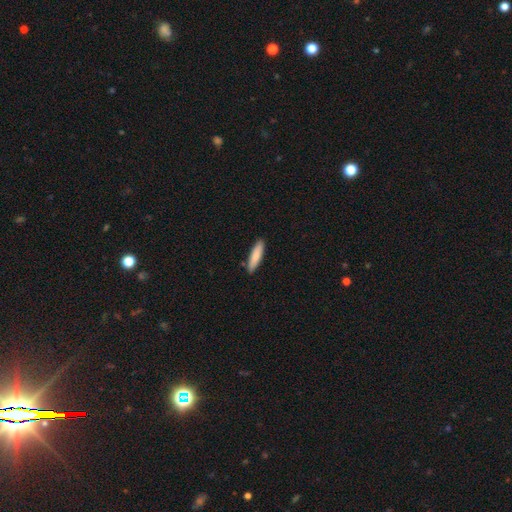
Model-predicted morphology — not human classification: type=smooth (81%); roundness=cigar-shaped (75%); merging=none (88%).